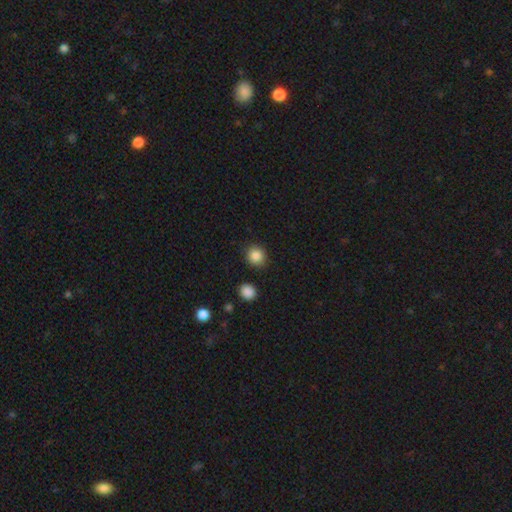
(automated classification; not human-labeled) Smooth or featured? smooth (87%)
How rounded? round (89%)
Merging? none (88%)